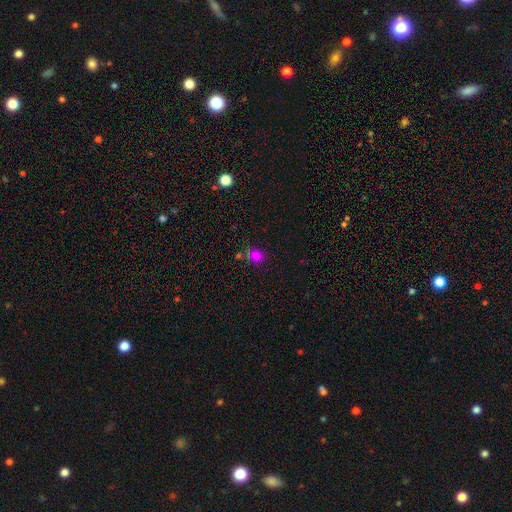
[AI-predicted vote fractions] smooth_or_featured: smooth (p=0.78) [alt: star or artifact p=0.16]
how_rounded: round (p=0.64) [alt: in between p=0.35]
merging: none (p=0.67) [alt: minor disturbance p=0.14]